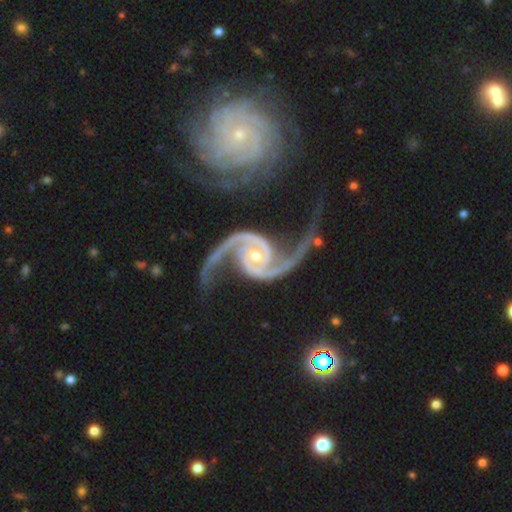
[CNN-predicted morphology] Smooth or featured? featured or disk (94%)
Edge-on disk? no (98%)
Bar? no (56%)
Spiral arms? yes (99%)
Spiral winding? medium (47%)
Spiral arm count? 2 (92%)
Bulge size? small (51%)
Merging? none (54%)